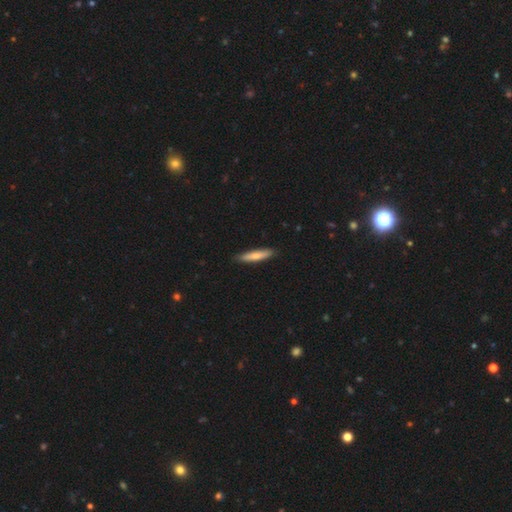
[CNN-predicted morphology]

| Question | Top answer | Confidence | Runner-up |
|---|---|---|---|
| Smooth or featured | smooth | 72% | featured or disk (23%) |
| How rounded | cigar-shaped | 87% | in between (12%) |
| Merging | none | 89% | minor disturbance (9%) |